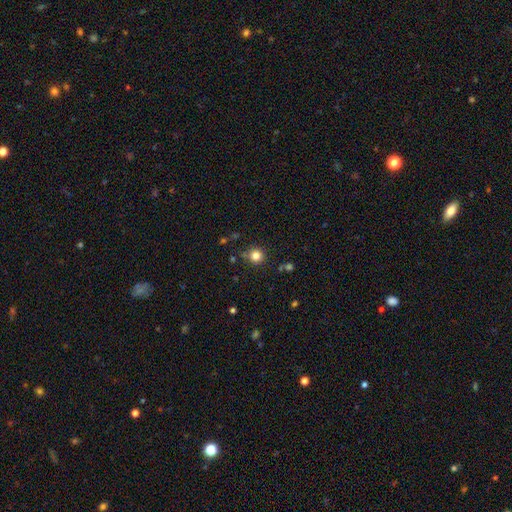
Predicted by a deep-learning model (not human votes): A smooth galaxy with no disk features (82%) that is round (93%).

Vote fractions:
- Smooth or featured? smooth: 82% / star or artifact: 13% / featured or disk: 5%
- How rounded? round: 93% / in between: 6% / cigar-shaped: 1%
- Merging? none: 84% / minor disturbance: 9% / merger: 4% / major disturbance: 3%